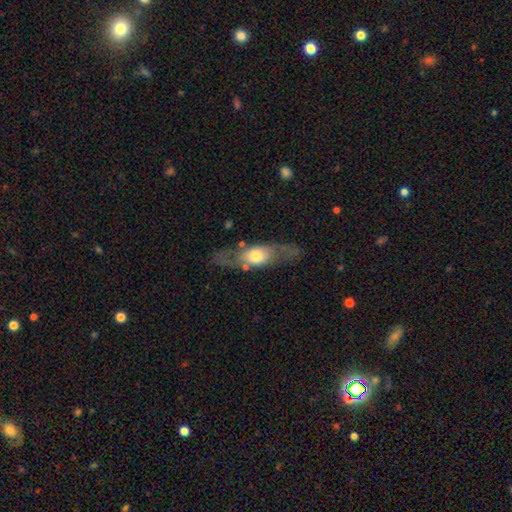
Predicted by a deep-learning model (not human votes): Morphology: type=featured or disk (57%); edge-on=no (61%); merging=none (68%).